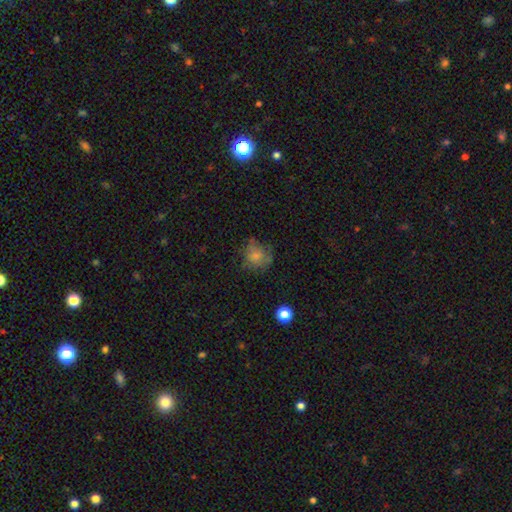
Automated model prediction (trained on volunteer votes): This appears to be a smooth galaxy with no disk features (65%) that is round (82%). Merging: none (64%).